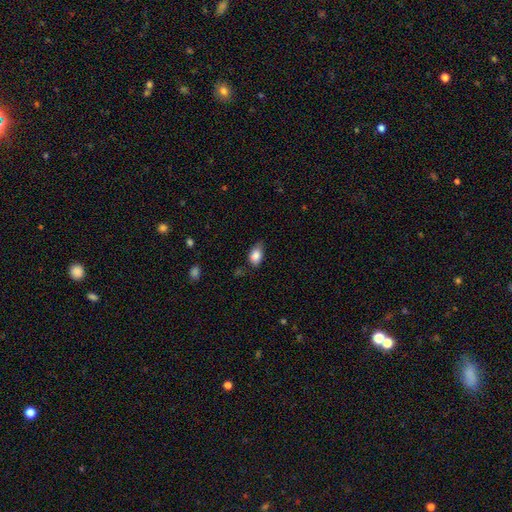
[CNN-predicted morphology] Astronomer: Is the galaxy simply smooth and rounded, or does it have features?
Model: smooth — 85%.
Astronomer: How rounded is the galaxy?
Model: in between — 84%.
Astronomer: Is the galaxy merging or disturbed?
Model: none — 57% (runner-up: minor disturbance, 34%).